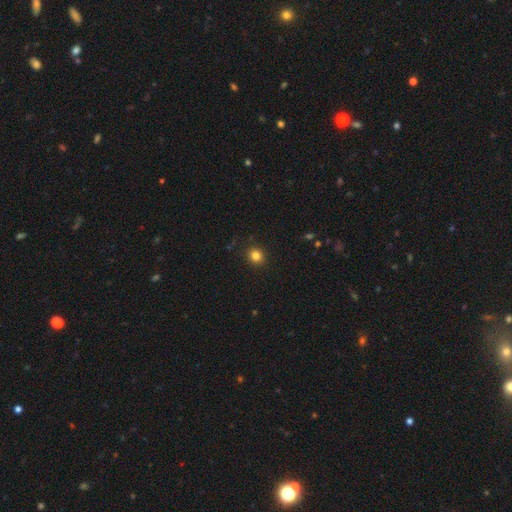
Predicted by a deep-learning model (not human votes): The model was most divided on "smooth or featured": smooth: 83%, star or artifact: 12%, featured or disk: 5%. More confident: merging — none (90%); how rounded — round (85%).